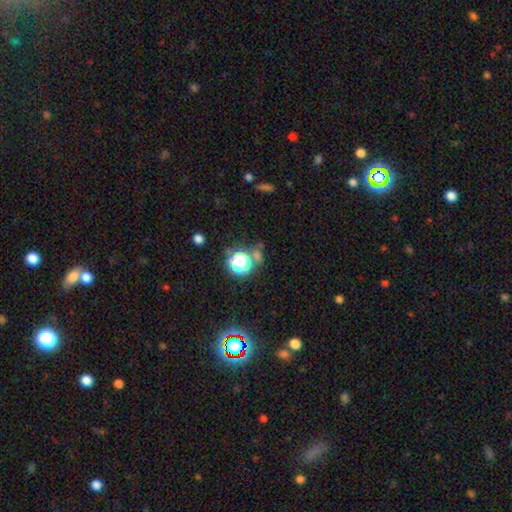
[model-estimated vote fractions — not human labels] A star or artifact, not a galaxy (61%).

Vote fractions:
- Smooth or featured? star or artifact: 61% / smooth: 30% / featured or disk: 9%